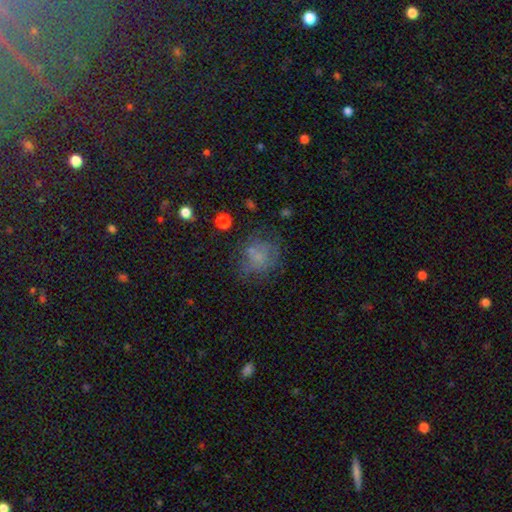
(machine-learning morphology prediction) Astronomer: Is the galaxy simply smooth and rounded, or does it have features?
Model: smooth — 55%.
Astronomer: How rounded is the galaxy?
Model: round — 70%.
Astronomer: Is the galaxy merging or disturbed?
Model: none — 57%.